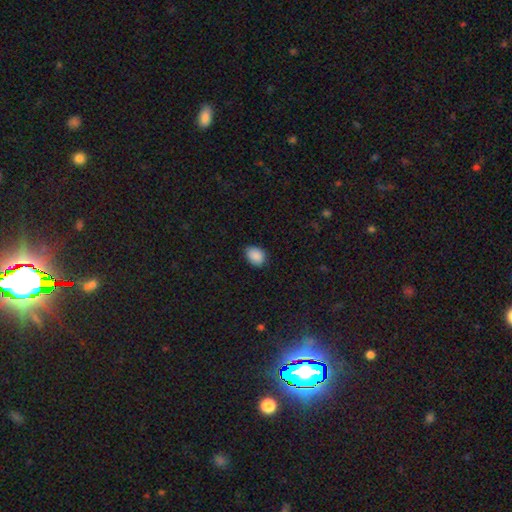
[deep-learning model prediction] Smooth or featured: smooth — 89% (star or artifact — 8%)
How rounded: in between — 62% (round — 37%)
Merging: none — 83% (minor disturbance — 14%)